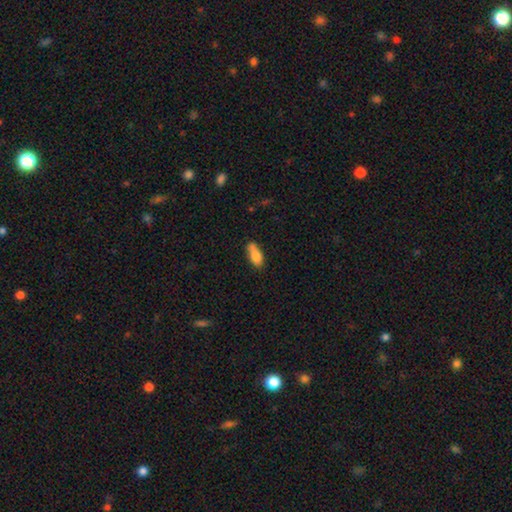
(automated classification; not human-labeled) Smooth or featured: smooth — 79% (featured or disk — 13%)
How rounded: in between — 83% (cigar-shaped — 13%)
Merging: none — 44% (minor disturbance — 24%)